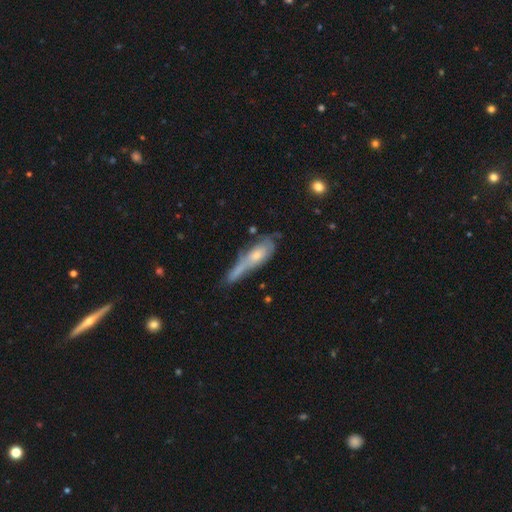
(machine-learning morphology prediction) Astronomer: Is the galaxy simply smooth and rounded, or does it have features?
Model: featured or disk — 49% (runner-up: smooth, 43%).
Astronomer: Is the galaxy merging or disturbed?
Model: none — 37% (runner-up: minor disturbance, 27%).